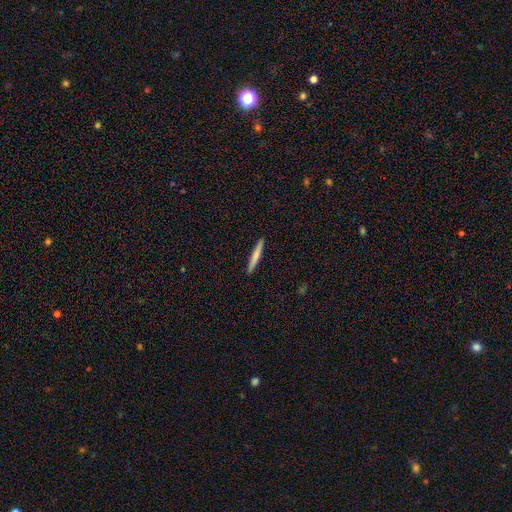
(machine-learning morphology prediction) The model was most divided on "smooth or featured": smooth: 72%, featured or disk: 23%, star or artifact: 5%. More confident: how rounded — cigar-shaped (96%); merging — none (92%).